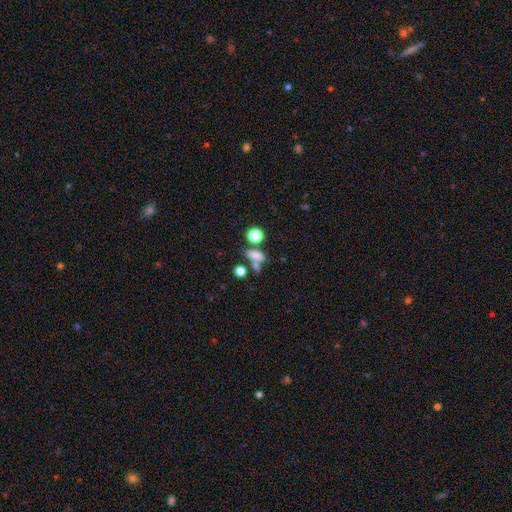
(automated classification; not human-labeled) Smooth or featured? Predicted: smooth (p=0.72). How rounded? Predicted: in between (p=0.61). Merging? Predicted: none (p=0.47).